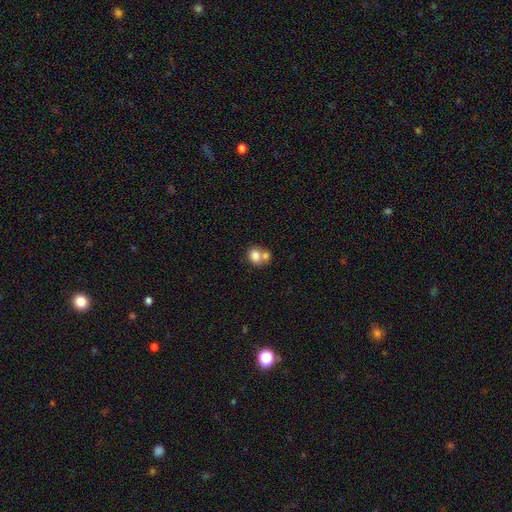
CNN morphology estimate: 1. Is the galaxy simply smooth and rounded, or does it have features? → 79% smooth, 12% featured or disk, 9% star or artifact.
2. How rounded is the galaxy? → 52% in between, 47% round, 1% cigar-shaped.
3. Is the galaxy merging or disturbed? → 56% merger, 31% none, 8% minor disturbance, 4% major disturbance.